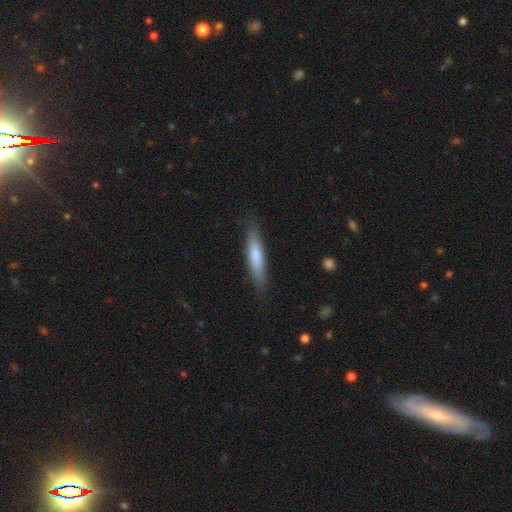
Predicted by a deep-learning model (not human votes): smooth 72%, featured or disk 23%, star or artifact 5%. Down the decision tree: how rounded — cigar-shaped (87%); merging — none (86%).